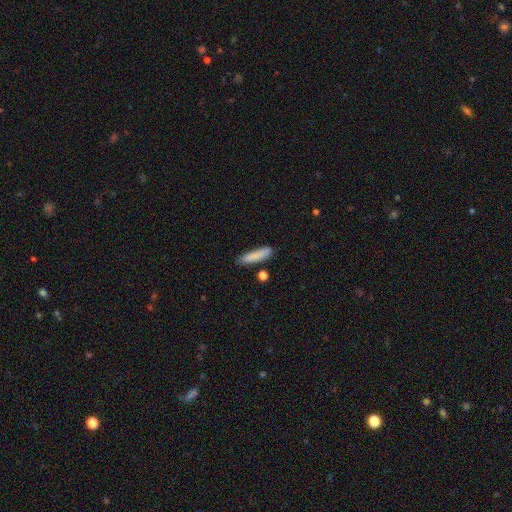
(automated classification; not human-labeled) Smooth or featured? smooth (84%)
How rounded? cigar-shaped (78%)
Merging? none (76%)